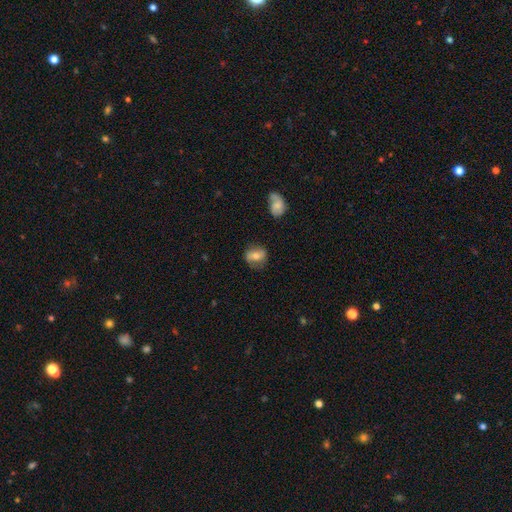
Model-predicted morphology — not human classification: Smooth or featured: smooth — 54% (featured or disk — 38%)
How rounded: round — 52% (in between — 46%)
Merging: none — 72% (minor disturbance — 19%)